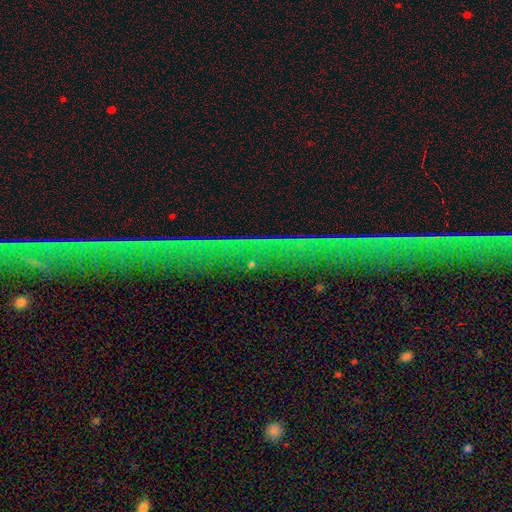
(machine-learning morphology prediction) A star or artifact, not a galaxy (84%).

Vote fractions:
- Smooth or featured? star or artifact: 84% / featured or disk: 10% / smooth: 6%